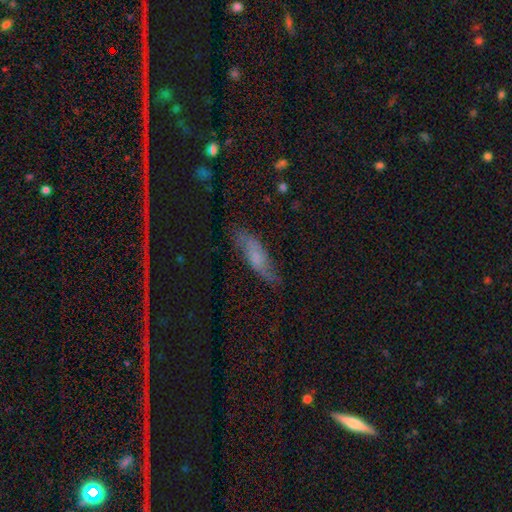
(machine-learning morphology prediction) type=smooth (46%); merging=none (69%).